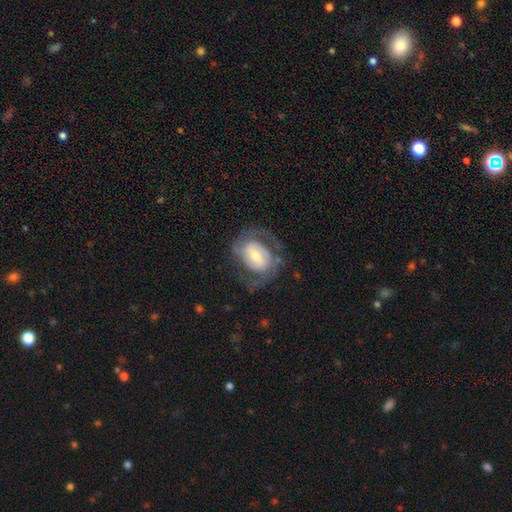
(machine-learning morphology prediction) A featured or disk galaxy (84%) with a weak bar (49%), 2 (77%) medium (47%) spiral arms (94%) and a moderate central bulge (48%).

Vote fractions:
- Smooth or featured? featured or disk: 84% / smooth: 11% / star or artifact: 5%
- Edge-on disk? no: 97% / yes: 3%
- Bar? weak: 49% / strong: 28% / no: 24%
- Spiral arms? yes: 94% / no: 6%
- Spiral winding? medium: 47% / tight: 39% / loose: 14%
- Spiral arm count? 2: 77% / can't tell: 9% / 3: 7% / 1: 3% / 4: 2% / more than 4: 2%
- Bulge size? moderate: 48% / small: 39% / large: 9% / none: 3% / dominant: 1%
- Merging? none: 67% / minor disturbance: 18% / major disturbance: 14% / merger: 1%